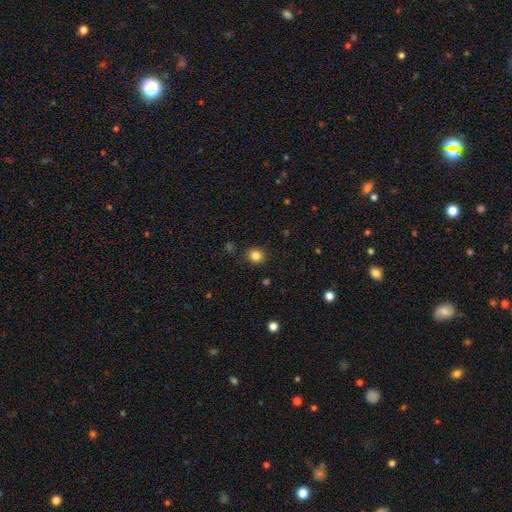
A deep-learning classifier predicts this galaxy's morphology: smooth-or-featured: smooth: 83% | star or artifact: 12% | featured or disk: 5%
  how-rounded: round: 85% | in between: 14% | cigar-shaped: 1%
  merging: none: 90% | minor disturbance: 7% | major disturbance: 2% | merger: 1%